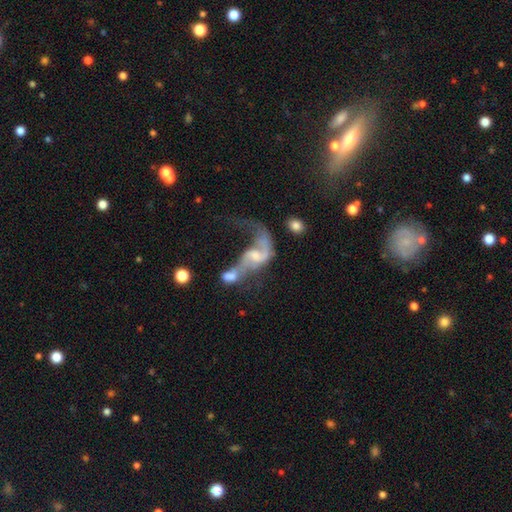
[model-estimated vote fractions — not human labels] Smooth or featured?
  - featured or disk: 75% *
  - smooth: 15%
  - star or artifact: 10%
Edge-on disk?
  - no: 95% *
  - yes: 5%
Bar?
  - no: 49% *
  - weak: 38%
  - strong: 13%
Spiral arms?
  - yes: 78% *
  - no: 22%
Spiral winding?
  - loose: 82% *
  - medium: 14%
  - tight: 4%
Spiral arm count?
  - 2: 64% *
  - 1: 25%
  - can't tell: 7%
  - 3: 1%
  - 4: 1%
  - more than 4: 1%
Bulge size?
  - small: 41% *
  - moderate: 29%
  - none: 24%
  - large: 5%
  - dominant: 2%
Merging?
  - merger: 54% *
  - major disturbance: 24%
  - none: 14%
  - minor disturbance: 8%